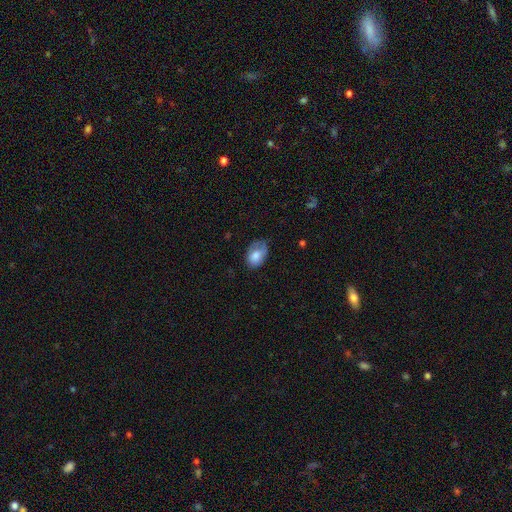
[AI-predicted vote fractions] smooth-or-featured: smooth: 74% | featured or disk: 18% | star or artifact: 7%
  how-rounded: in between: 84% | round: 15% | cigar-shaped: 1%
  merging: none: 48% | minor disturbance: 36% | major disturbance: 15% | merger: 2%